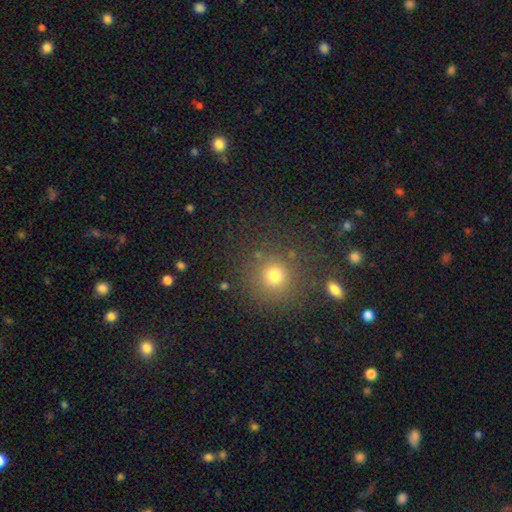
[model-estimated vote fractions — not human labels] smooth 60%, star or artifact 34%, featured or disk 6%. Down the decision tree: how rounded — round (94%); merging — none (88%).